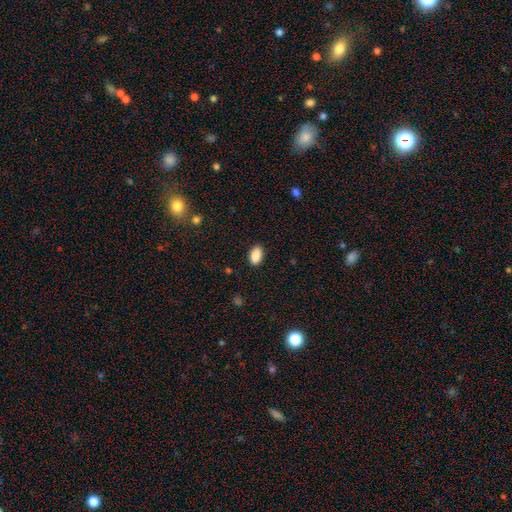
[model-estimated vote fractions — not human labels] The model was most divided on "merging": none: 87%, minor disturbance: 9%, major disturbance: 2%, merger: 1%. More confident: how rounded — in between (92%); smooth or featured — smooth (89%).